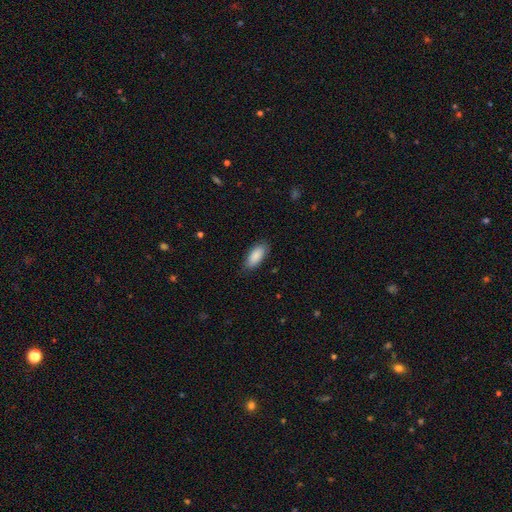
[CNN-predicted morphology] This is clearly a smooth galaxy (89%). How rounded: clearly in between (85%). Merging: clearly none (86%).